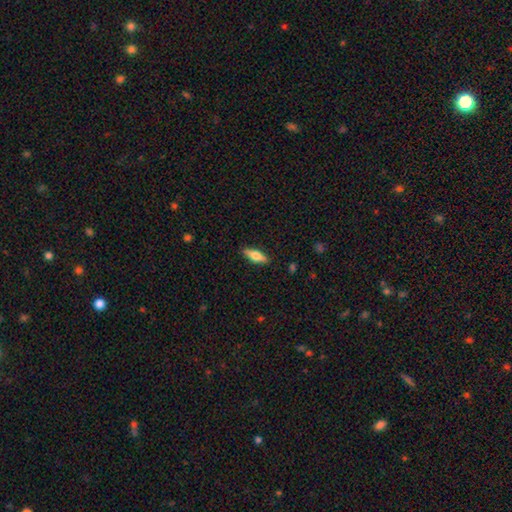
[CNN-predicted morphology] A smooth galaxy with no disk features (60%) that is in between round and cigar-shaped (52%).

Vote fractions:
- Smooth or featured? smooth: 60% / featured or disk: 34% / star or artifact: 6%
- How rounded? in between: 52% / cigar-shaped: 45% / round: 3%
- Merging? none: 88% / minor disturbance: 9% / major disturbance: 2% / merger: 1%